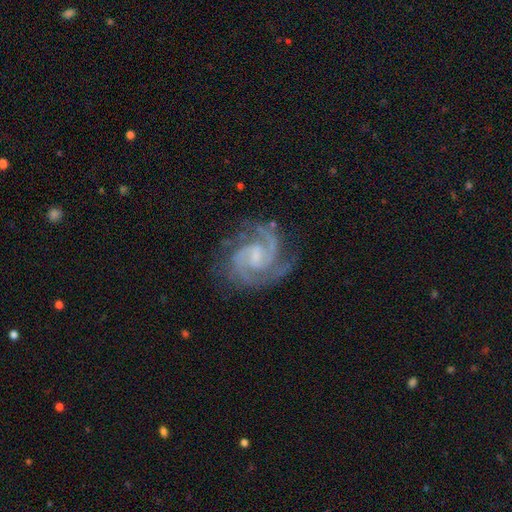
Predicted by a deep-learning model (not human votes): Smooth or featured?
  - featured or disk: 92% *
  - star or artifact: 5%
  - smooth: 3%
Edge-on disk?
  - no: 98% *
  - yes: 2%
Bar?
  - weak: 53% *
  - no: 33%
  - strong: 14%
Spiral arms?
  - yes: 99% *
  - no: 1%
Spiral winding?
  - medium: 49% *
  - tight: 45%
  - loose: 6%
Spiral arm count?
  - 2: 69% *
  - 3: 18%
  - can't tell: 5%
  - 4: 3%
  - 1: 2%
  - more than 4: 2%
Bulge size?
  - small: 57% *
  - none: 21%
  - moderate: 19%
  - large: 2%
  - dominant: 1%
Merging?
  - none: 75% *
  - minor disturbance: 16%
  - major disturbance: 7%
  - merger: 1%